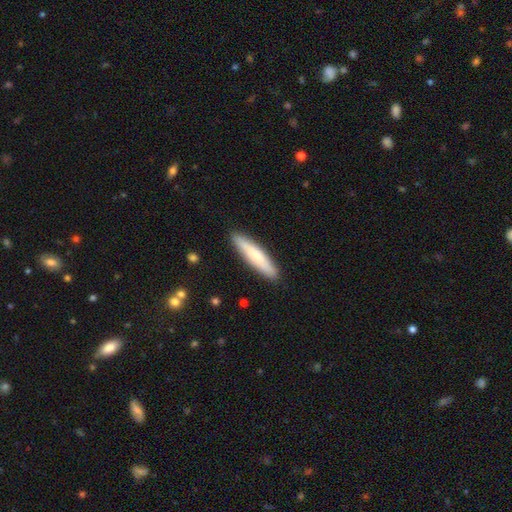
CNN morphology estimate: The model was most divided on "smooth or featured": smooth: 68%, featured or disk: 27%, star or artifact: 5%. More confident: merging — none (88%); how rounded — cigar-shaped (85%).